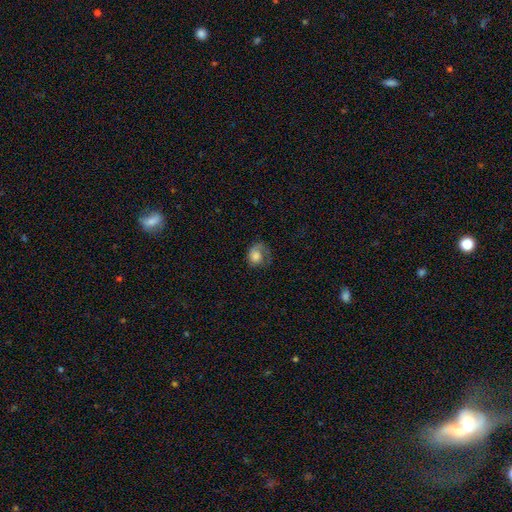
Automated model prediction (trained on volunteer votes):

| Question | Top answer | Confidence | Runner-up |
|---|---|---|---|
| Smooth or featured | smooth | 58% | featured or disk (33%) |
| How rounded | round | 60% | in between (39%) |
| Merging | none | 40% | major disturbance (33%) |